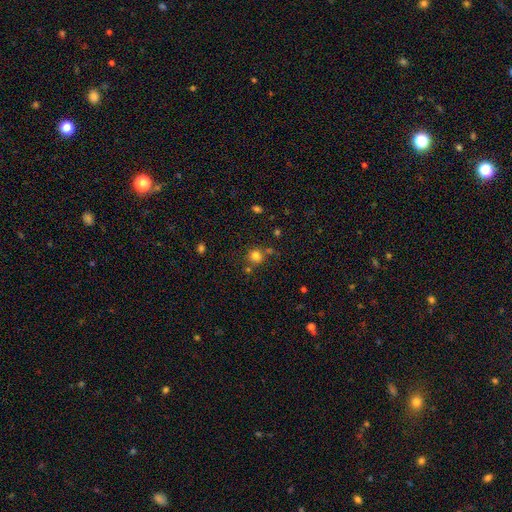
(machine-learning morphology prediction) Smooth or featured? smooth (79%)
How rounded? round (90%)
Merging? none (73%)